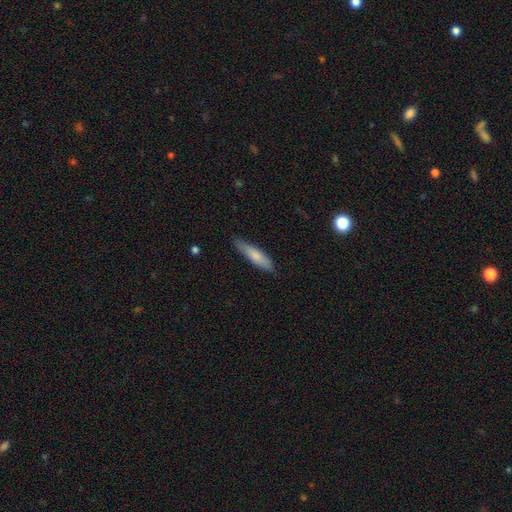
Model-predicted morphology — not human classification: smooth-or-featured: smooth: 77% | featured or disk: 18% | star or artifact: 6%
  how-rounded: cigar-shaped: 77% | in between: 22% | round: 1%
  merging: none: 79% | minor disturbance: 17% | major disturbance: 3% | merger: 1%